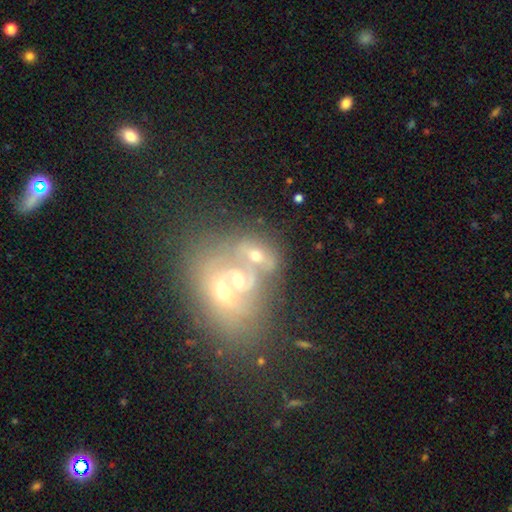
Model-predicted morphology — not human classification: A featured or disk galaxy (52%). Merging: merger (73%).